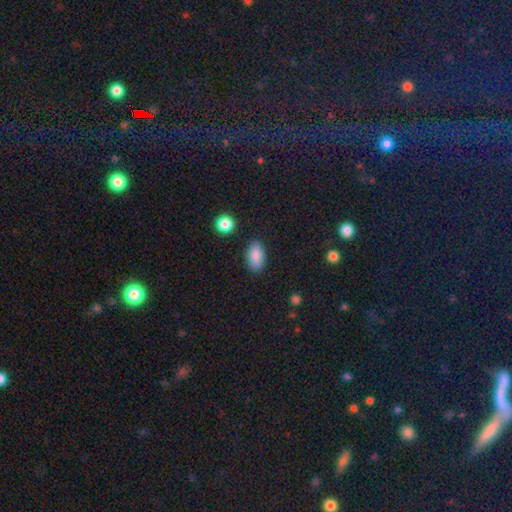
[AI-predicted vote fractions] The model was most divided on "merging": none: 85%, minor disturbance: 10%, major disturbance: 3%, merger: 2%. More confident: how rounded — in between (92%); smooth or featured — smooth (87%).